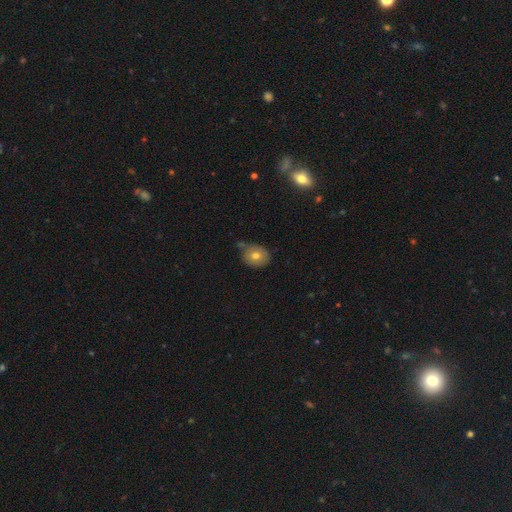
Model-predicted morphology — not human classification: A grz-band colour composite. It shows a smooth galaxy with no disk features (73%) that is round (59%). Merging: none (65%).